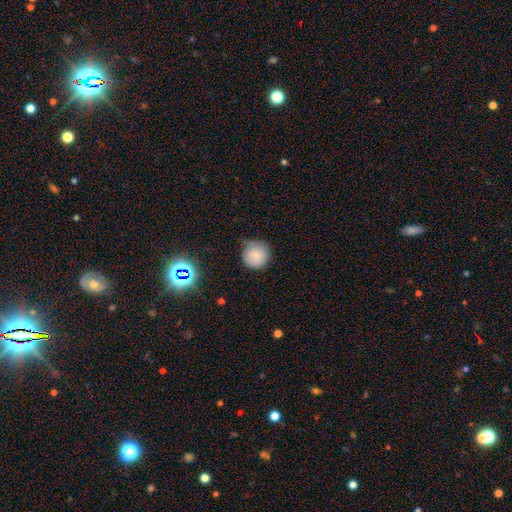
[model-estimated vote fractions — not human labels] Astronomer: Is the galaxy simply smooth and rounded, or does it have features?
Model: smooth — 83%.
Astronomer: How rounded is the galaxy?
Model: round — 94%.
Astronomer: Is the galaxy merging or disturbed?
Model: none — 73%.